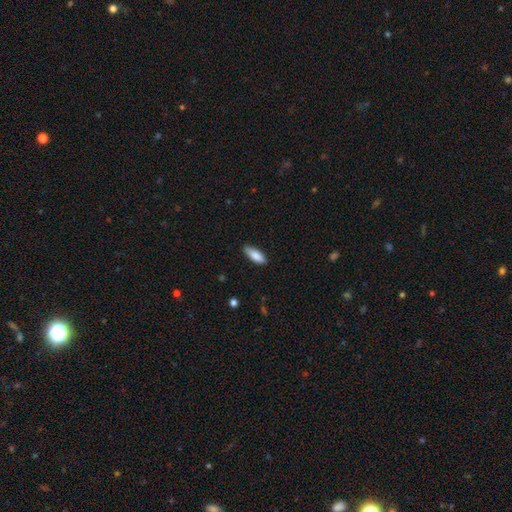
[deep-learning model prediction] Overall: smooth (86%). How rounded: in between (67%; cigar-shaped 32%). Merging: none (84%).